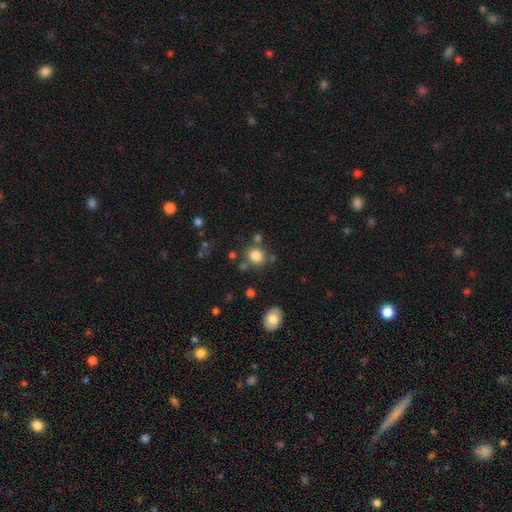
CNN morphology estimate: Overall: smooth (82%). How rounded: round (81%). Merging: none (75%).